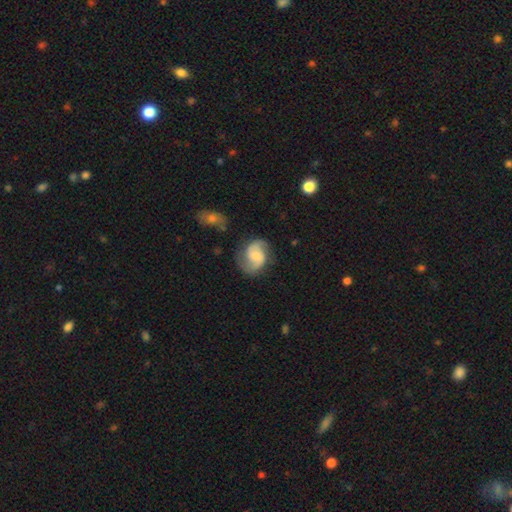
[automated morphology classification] Smooth or featured? Predicted: featured or disk (p=0.78). Edge-on disk? Predicted: no (p=0.98). Bar? Predicted: no (p=0.50). Spiral arms? Predicted: yes (p=0.96). Spiral winding? Predicted: medium (p=0.52). Spiral arm count? Predicted: 2 (p=0.91). Bulge size? Predicted: moderate (p=0.32, tied with small). Merging? Predicted: none (p=0.75).